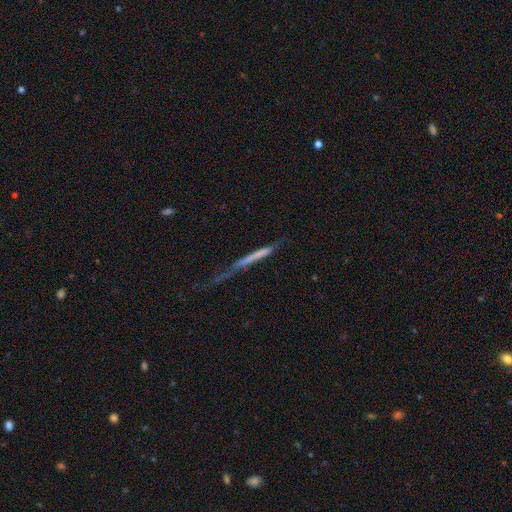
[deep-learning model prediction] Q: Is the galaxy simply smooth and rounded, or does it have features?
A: featured or disk — 47%.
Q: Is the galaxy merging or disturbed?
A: none — 46%.